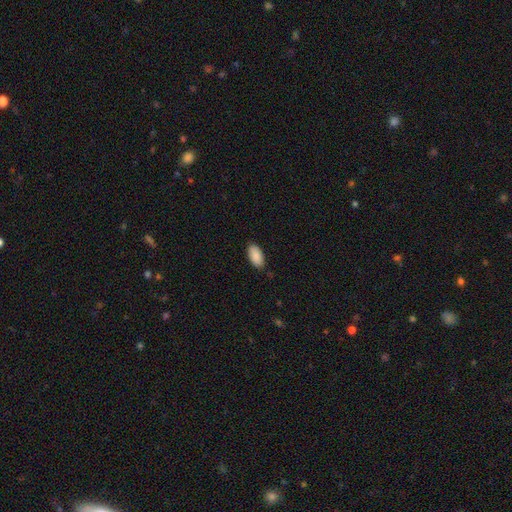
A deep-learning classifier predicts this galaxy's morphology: type=smooth (90%); roundness=in between (94%); merging=none (86%).